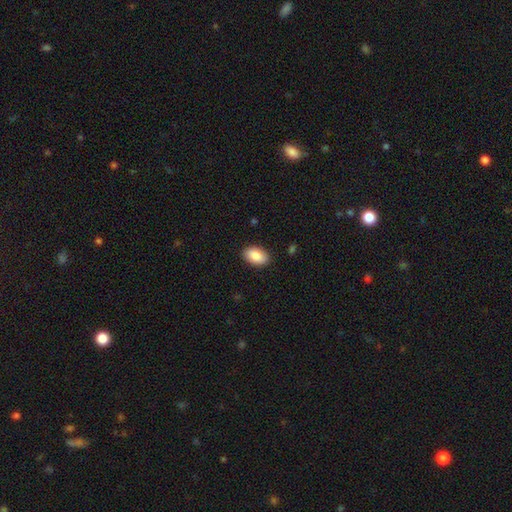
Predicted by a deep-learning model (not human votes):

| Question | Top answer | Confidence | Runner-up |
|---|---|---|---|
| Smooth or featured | smooth | 88% | star or artifact (6%) |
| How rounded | in between | 93% | round (6%) |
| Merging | none | 88% | minor disturbance (8%) |